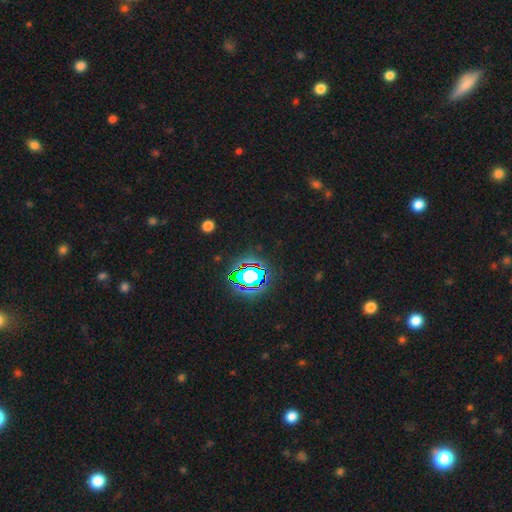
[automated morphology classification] star or artifact 78%, smooth 14%, featured or disk 8%.